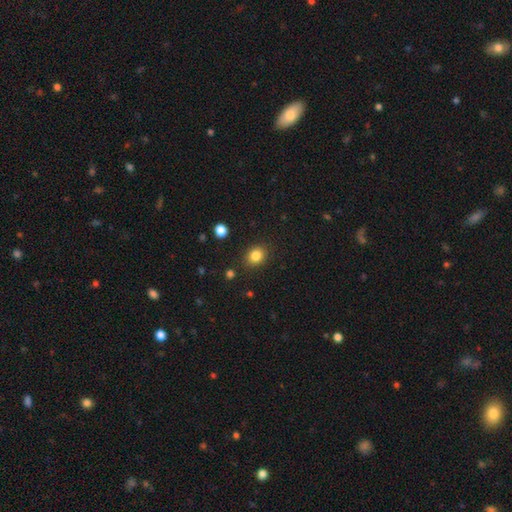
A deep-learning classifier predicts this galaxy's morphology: Q: Smooth or featured?
A: smooth (84%); runner-up: star or artifact (11%)
Q: How rounded?
A: round (56%); runner-up: in between (43%)
Q: Merging?
A: none (86%); runner-up: minor disturbance (9%)